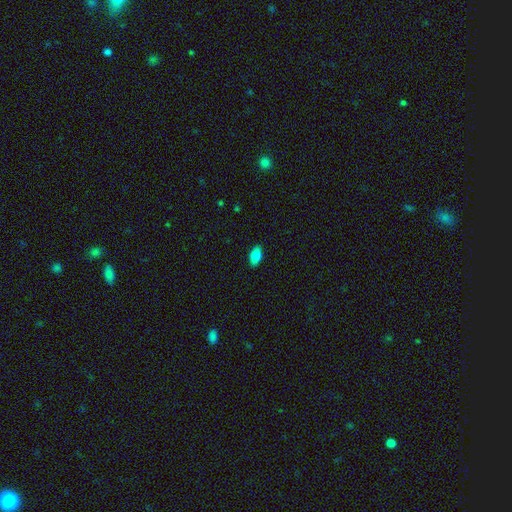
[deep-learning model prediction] smooth-or-featured: smooth: 83% | featured or disk: 10% | star or artifact: 7%
  how-rounded: in between: 91% | cigar-shaped: 6% | round: 4%
  merging: none: 89% | minor disturbance: 8% | major disturbance: 2% | merger: 1%